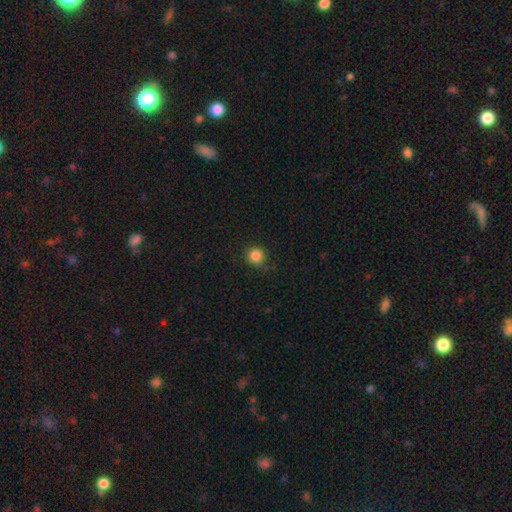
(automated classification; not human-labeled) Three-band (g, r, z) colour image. It shows a smooth galaxy with no disk features (85%) that is round (92%). Merging: none (86%).